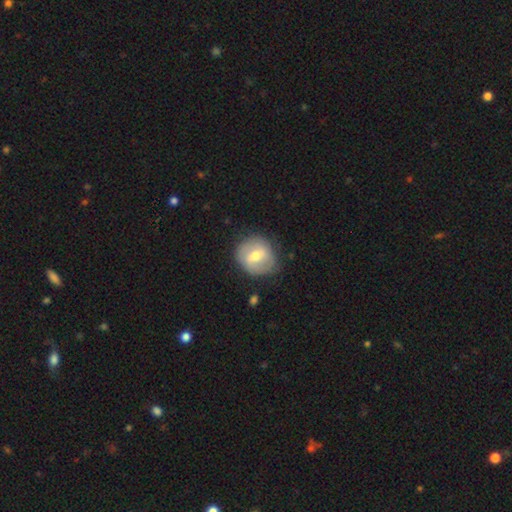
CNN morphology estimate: smooth-or-featured: smooth: 49% | featured or disk: 45% | star or artifact: 7%
  merging: none: 77% | minor disturbance: 17% | major disturbance: 5% | merger: 2%